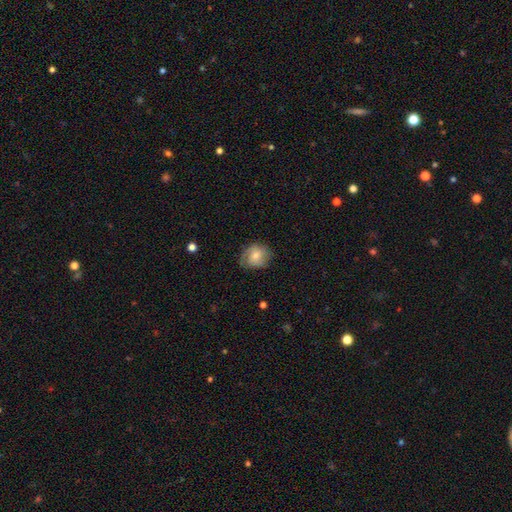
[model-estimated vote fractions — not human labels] smooth_or_featured: smooth (p=0.63) [alt: featured or disk p=0.29]
how_rounded: round (p=0.69) [alt: in between p=0.30]
merging: none (p=0.65) [alt: minor disturbance p=0.25]